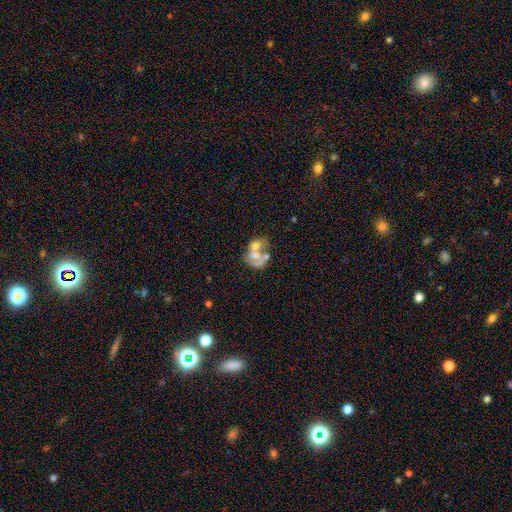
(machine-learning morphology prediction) Smooth or featured? Predicted: featured or disk (p=0.48). Merging? Predicted: merger (p=0.63).